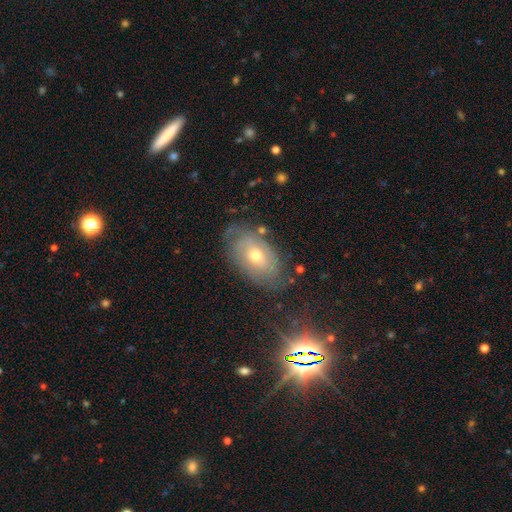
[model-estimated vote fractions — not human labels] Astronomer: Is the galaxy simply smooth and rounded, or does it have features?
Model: featured or disk — 57%.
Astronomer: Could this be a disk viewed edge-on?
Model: no — 91%.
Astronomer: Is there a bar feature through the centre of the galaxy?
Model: no — 70%.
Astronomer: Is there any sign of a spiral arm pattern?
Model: yes — 69%.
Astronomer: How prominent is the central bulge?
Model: moderate — 59% (runner-up: small, 37%).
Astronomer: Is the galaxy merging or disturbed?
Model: none — 72%.